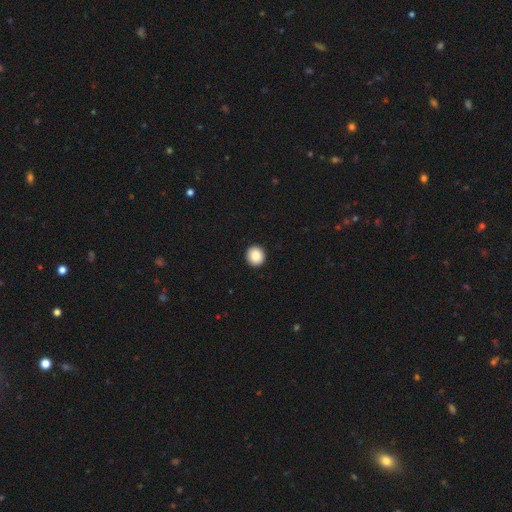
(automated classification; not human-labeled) Smooth or featured? Predicted: smooth (p=0.89). How rounded? Predicted: round (p=0.88). Merging? Predicted: none (p=0.93).